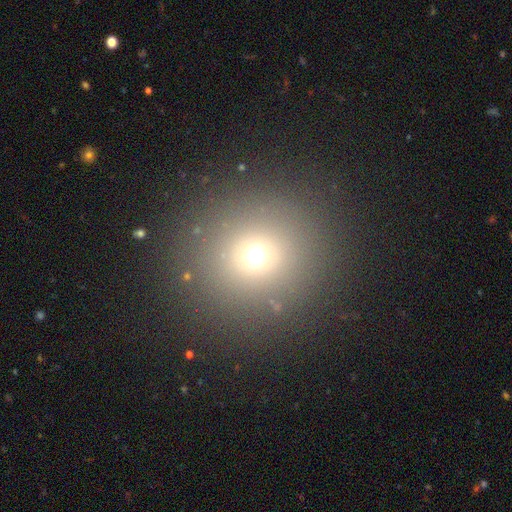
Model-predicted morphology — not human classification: Overall: smooth (64%; star or artifact 24%). How rounded: round (88%). Merging: none (84%).